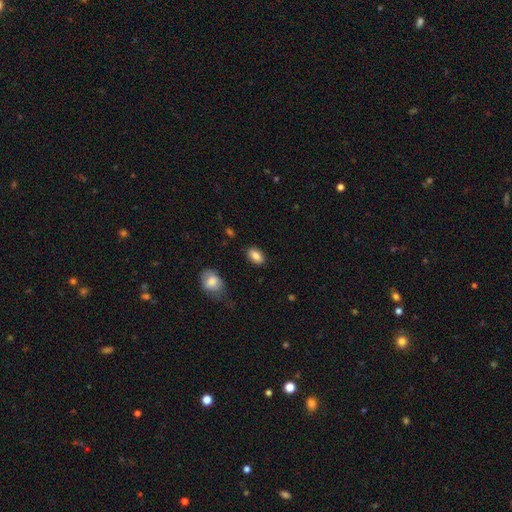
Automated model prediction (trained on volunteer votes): This is clearly a smooth galaxy (86%). How rounded: clearly in between (91%). Merging: clearly none (85%).